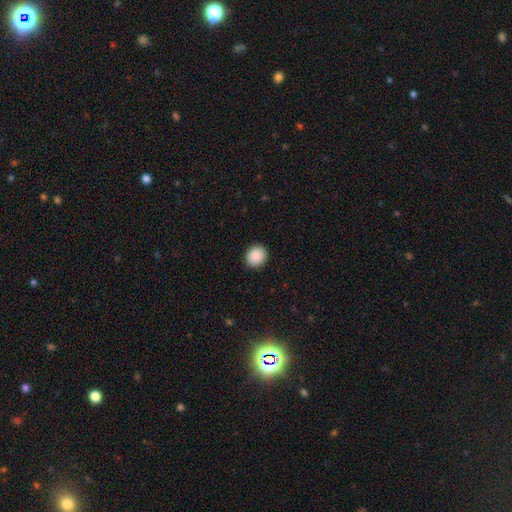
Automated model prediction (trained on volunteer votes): Smooth or featured? smooth (89%)
How rounded? round (83%)
Merging? none (92%)